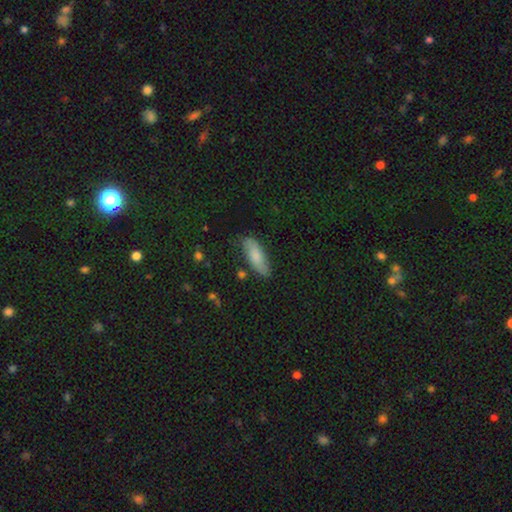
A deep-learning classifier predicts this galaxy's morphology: The model was most divided on "how rounded": in between: 62%, cigar-shaped: 35%, round: 2%. More confident: merging — none (78%); smooth or featured — smooth (74%).